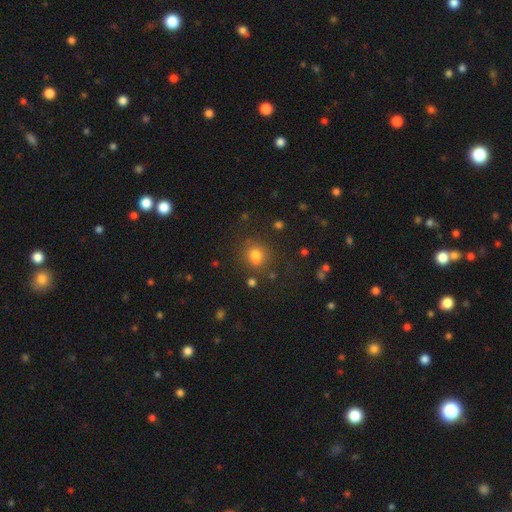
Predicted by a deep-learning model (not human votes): Smooth or featured?
  - smooth: 70% *
  - star or artifact: 19%
  - featured or disk: 11%
How rounded?
  - round: 62% *
  - in between: 36%
  - cigar-shaped: 2%
Merging?
  - none: 60% *
  - merger: 18%
  - minor disturbance: 15%
  - major disturbance: 7%